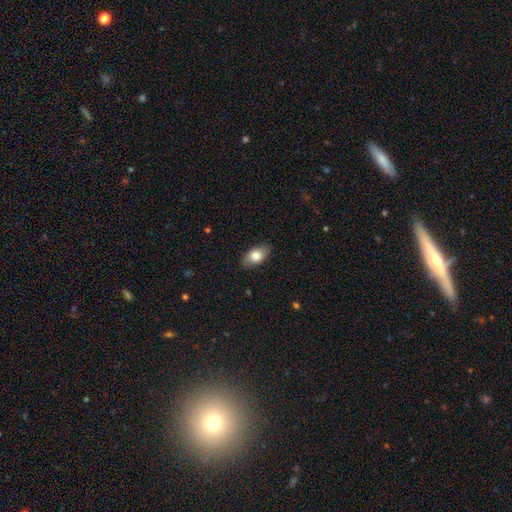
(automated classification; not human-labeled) Smooth or featured: smooth — 79% (featured or disk — 14%)
How rounded: in between — 89% (round — 8%)
Merging: none — 84% (minor disturbance — 12%)